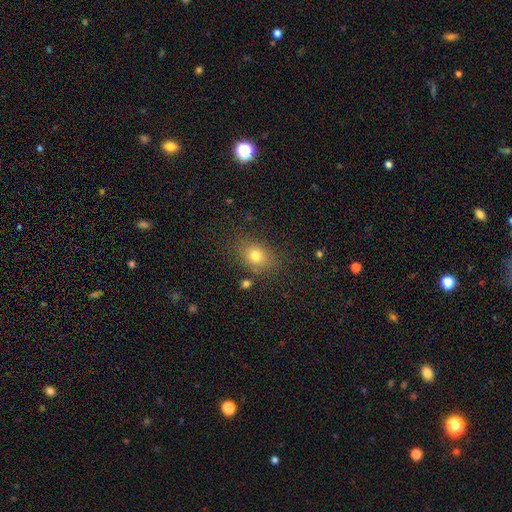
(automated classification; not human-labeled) The model was most divided on "how rounded": in between: 58%, round: 41%, cigar-shaped: 1%. More confident: merging — none (78%); smooth or featured — smooth (76%).